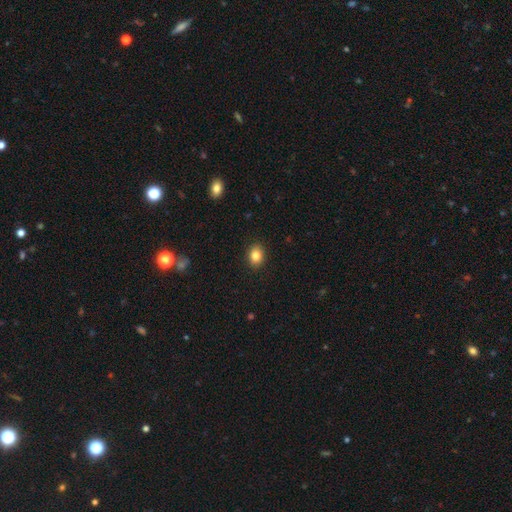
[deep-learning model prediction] The model was most divided on "how rounded": in between: 54%, round: 45%, cigar-shaped: 1%. More confident: merging — none (91%); smooth or featured — smooth (85%).